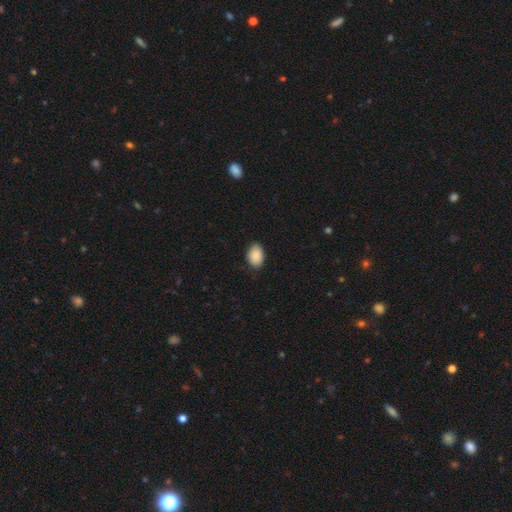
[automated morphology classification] Smooth or featured? Predicted: smooth (p=0.88). How rounded? Predicted: in between (p=0.83). Merging? Predicted: none (p=0.84).